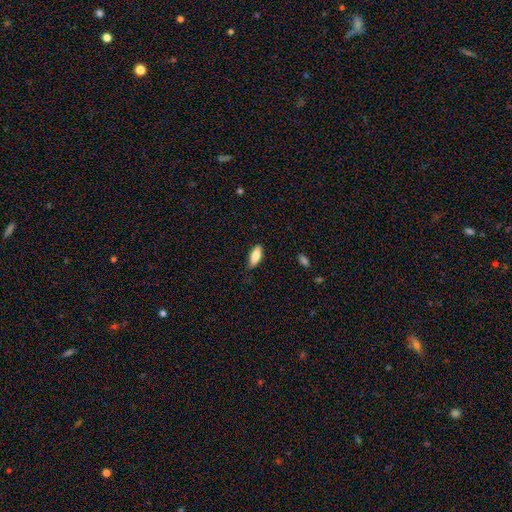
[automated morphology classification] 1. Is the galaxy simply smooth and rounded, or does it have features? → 82% smooth, 12% featured or disk, 6% star or artifact.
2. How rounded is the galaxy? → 76% in between, 22% cigar-shaped, 2% round.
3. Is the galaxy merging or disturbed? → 79% none, 17% minor disturbance, 3% major disturbance, 1% merger.